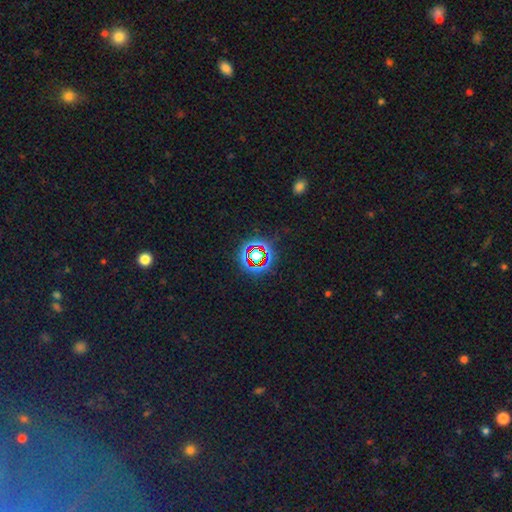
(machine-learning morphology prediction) Overall: star or artifact (76%).